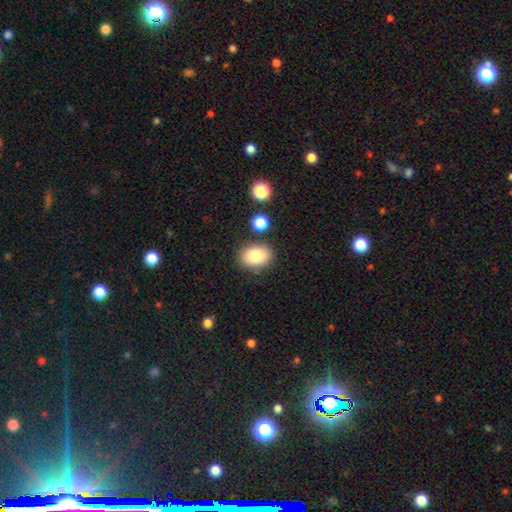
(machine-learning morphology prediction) A smooth galaxy with no disk features (83%) that is in between round and cigar-shaped (75%). Merging: none (81%).